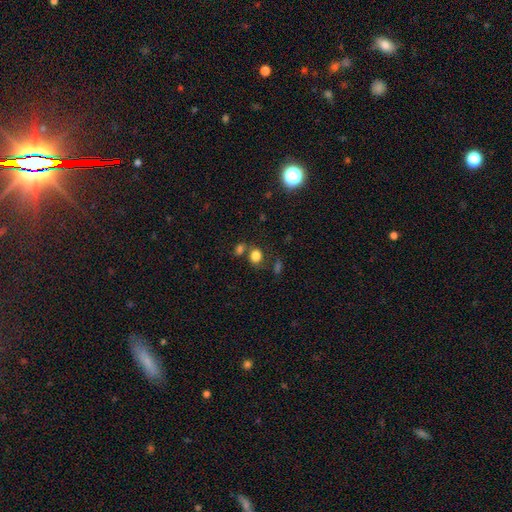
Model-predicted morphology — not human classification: Q: Smooth or featured?
A: smooth (80%); runner-up: star or artifact (13%)
Q: How rounded?
A: round (51%); runner-up: in between (48%)
Q: Merging?
A: none (57%); runner-up: merger (25%)